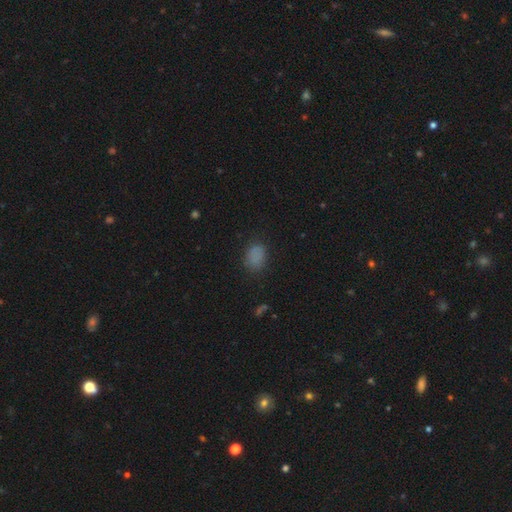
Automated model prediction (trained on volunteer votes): Smooth or featured: smooth — 80% (star or artifact — 14%)
How rounded: in between — 72% (round — 26%)
Merging: none — 76% (minor disturbance — 17%)